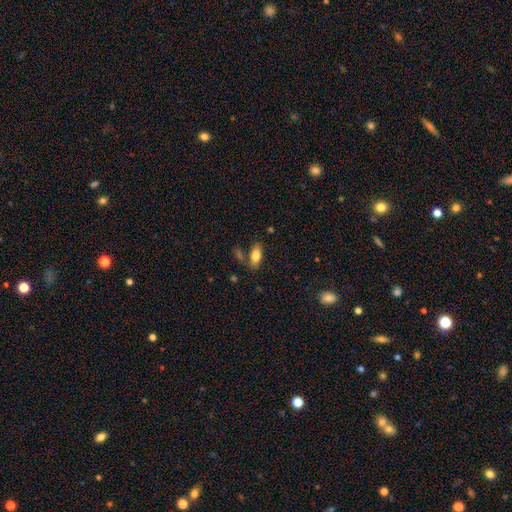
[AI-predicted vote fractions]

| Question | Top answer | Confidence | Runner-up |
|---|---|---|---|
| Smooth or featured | smooth | 78% | featured or disk (15%) |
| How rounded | in between | 86% | cigar-shaped (11%) |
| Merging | none | 71% | minor disturbance (14%) |